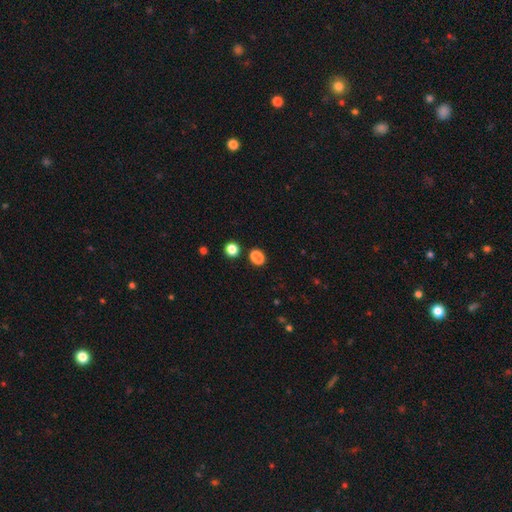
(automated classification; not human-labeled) Smooth or featured?
  - smooth: 79% *
  - star or artifact: 15%
  - featured or disk: 6%
How rounded?
  - in between: 58% *
  - round: 41%
  - cigar-shaped: 2%
Merging?
  - none: 66% *
  - merger: 20%
  - minor disturbance: 10%
  - major disturbance: 4%